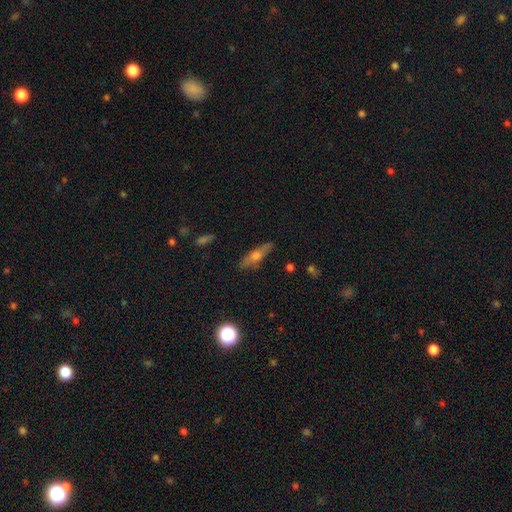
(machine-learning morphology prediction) This appears to be a featured or disk galaxy (47%). Merging: none (85%).